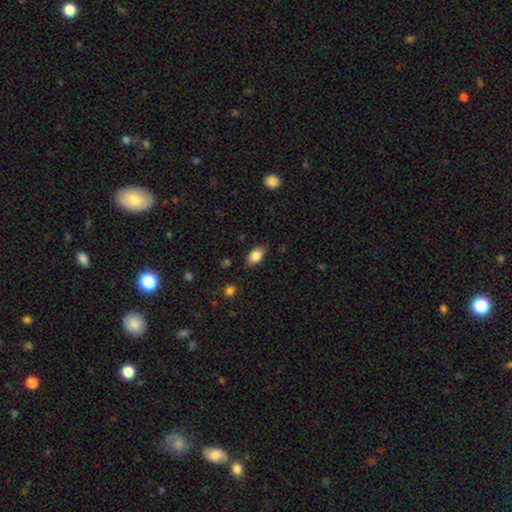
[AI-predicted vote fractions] Overall: smooth (85%). How rounded: in between (90%). Merging: none (84%).